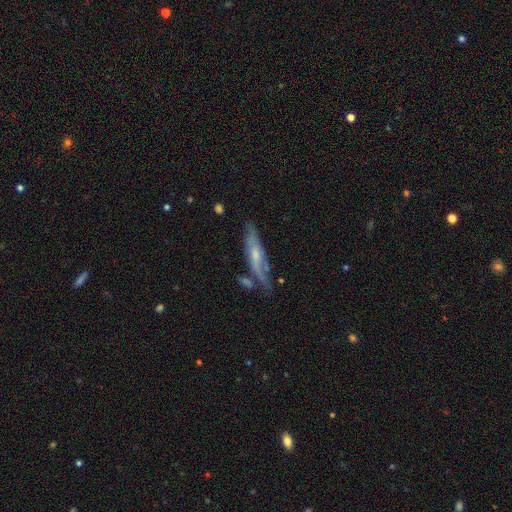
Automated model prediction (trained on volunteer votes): Smooth or featured? featured or disk (61%)
Edge-on disk? yes (64%)
Merging? none (57%)